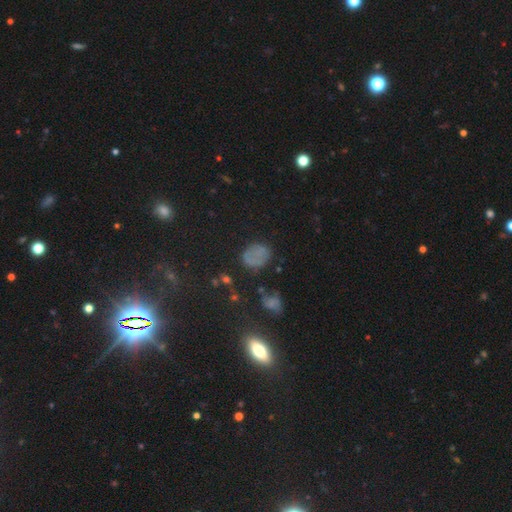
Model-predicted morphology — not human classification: type=smooth (57%); roundness=round (53%); merging=none (66%).